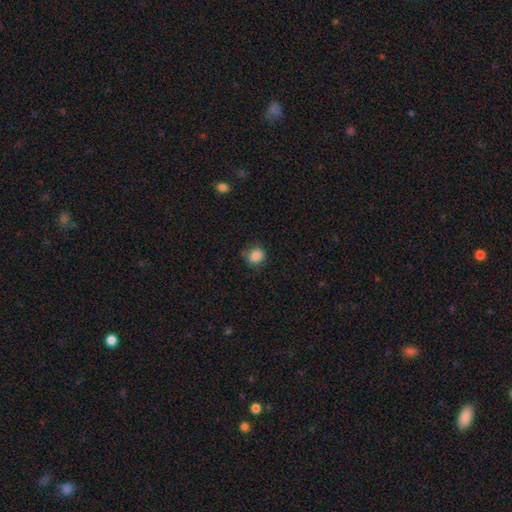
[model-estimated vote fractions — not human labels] This appears to be a smooth galaxy with no disk features (85%) that is round (70%). Merging: none (67%).